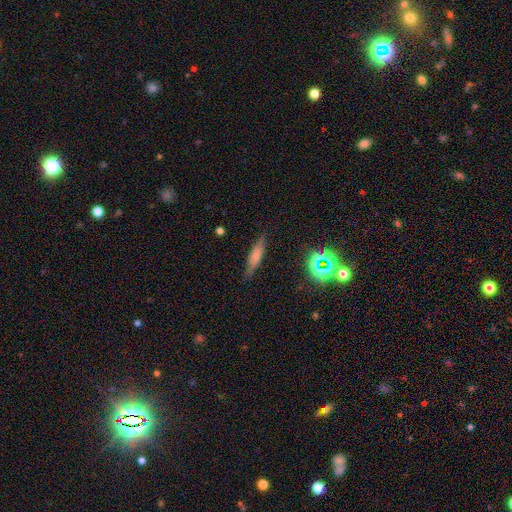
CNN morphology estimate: A smooth galaxy with no disk features (64%) that is cigar-shaped (69%).

Vote fractions:
- Smooth or featured? smooth: 64% / featured or disk: 23% / star or artifact: 13%
- How rounded? cigar-shaped: 69% / in between: 28% / round: 3%
- Merging? none: 79% / minor disturbance: 15% / major disturbance: 4% / merger: 2%